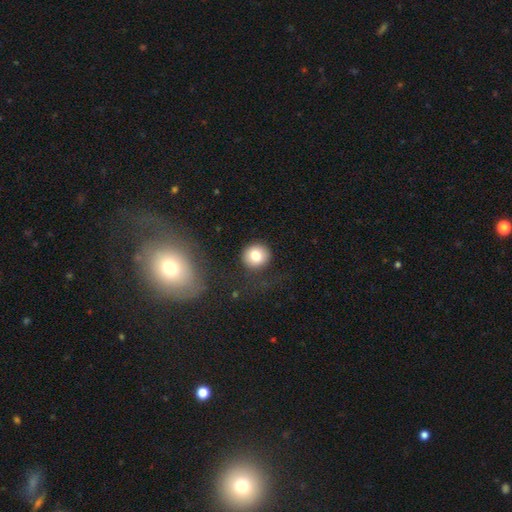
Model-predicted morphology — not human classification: This is likely a smooth galaxy (79%). How rounded: clearly round (91%). Merging: clearly none (81%).